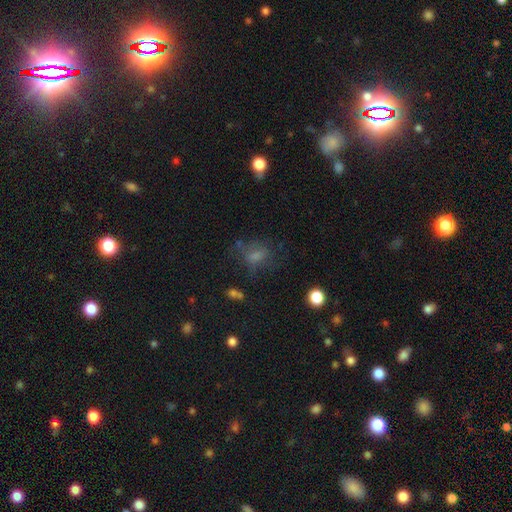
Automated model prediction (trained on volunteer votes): smooth-or-featured: smooth: 61% | featured or disk: 20% | star or artifact: 19%
  how-rounded: in between: 62% | round: 35% | cigar-shaped: 3%
  merging: none: 50% | major disturbance: 23% | minor disturbance: 22% | merger: 5%